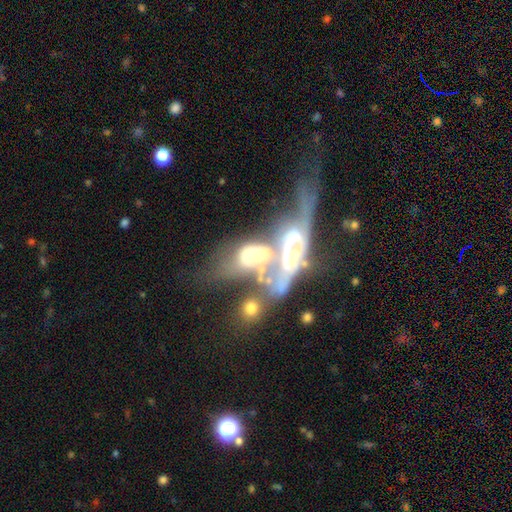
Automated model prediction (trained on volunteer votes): smooth_or_featured: featured or disk (p=0.62) [alt: smooth p=0.26]
disk_edge_on: no (p=0.91) [alt: yes p=0.09]
bar: no (p=0.74) [alt: weak p=0.16]
has_spiral_arms: no (p=0.56) [alt: yes p=0.44]
bulge_size: moderate (p=0.51) [alt: small p=0.22]
merging: merger (p=0.64) [alt: major disturbance p=0.20]